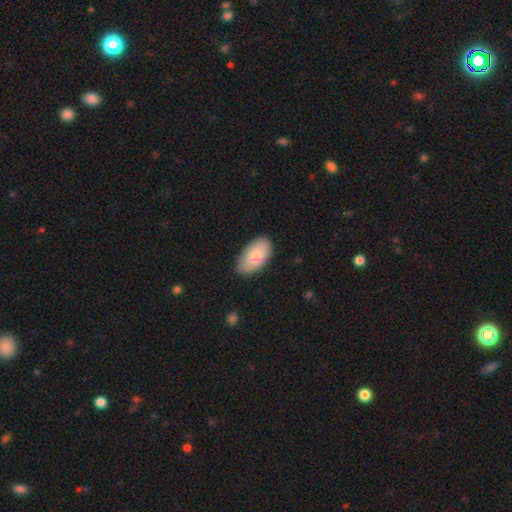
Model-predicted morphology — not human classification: Smooth or featured? Predicted: smooth (p=0.80). How rounded? Predicted: in between (p=0.95). Merging? Predicted: none (p=0.79).